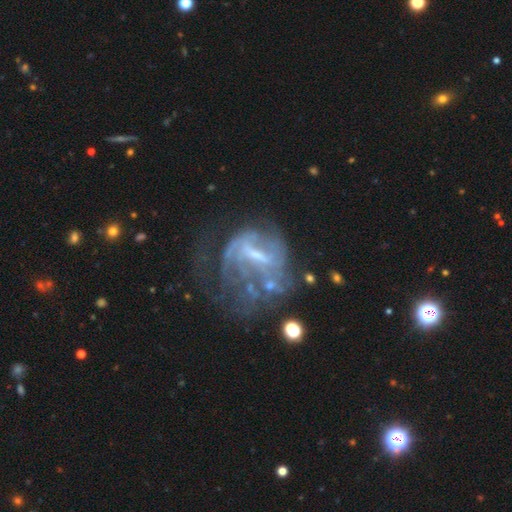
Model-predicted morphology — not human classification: Smooth or featured? Predicted: featured or disk (p=0.73). Edge-on disk? Predicted: no (p=0.96). Bar? Predicted: weak (p=0.44). Spiral arms? Predicted: yes (p=0.56). Bulge size? Predicted: small (p=0.45). Merging? Predicted: major disturbance (p=0.42).